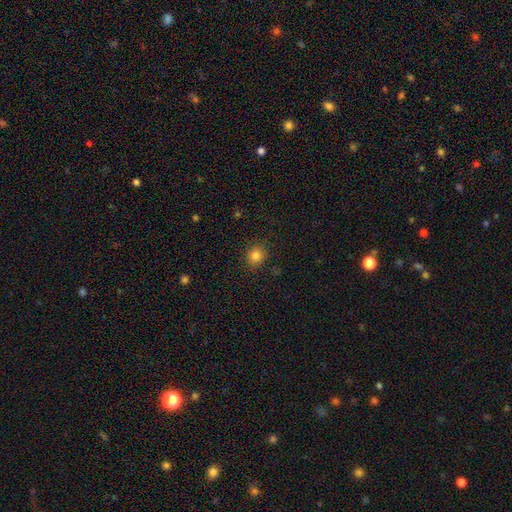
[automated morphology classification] smooth-or-featured: smooth: 82% | star or artifact: 12% | featured or disk: 5%
  how-rounded: round: 84% | in between: 15% | cigar-shaped: 1%
  merging: none: 89% | minor disturbance: 8% | major disturbance: 2% | merger: 1%